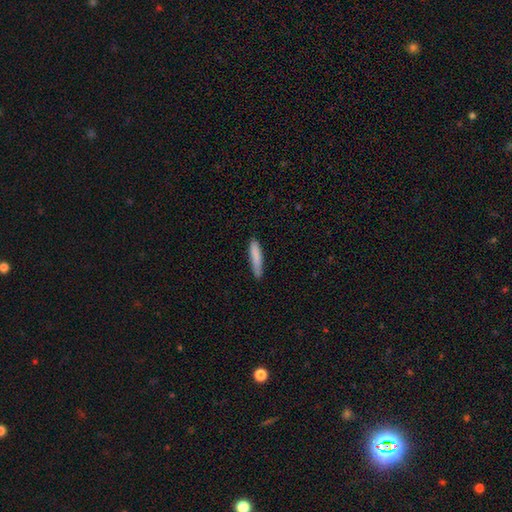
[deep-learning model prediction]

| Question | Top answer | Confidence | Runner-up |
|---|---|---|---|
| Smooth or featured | smooth | 83% | featured or disk (11%) |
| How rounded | cigar-shaped | 86% | in between (13%) |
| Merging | none | 80% | minor disturbance (16%) |